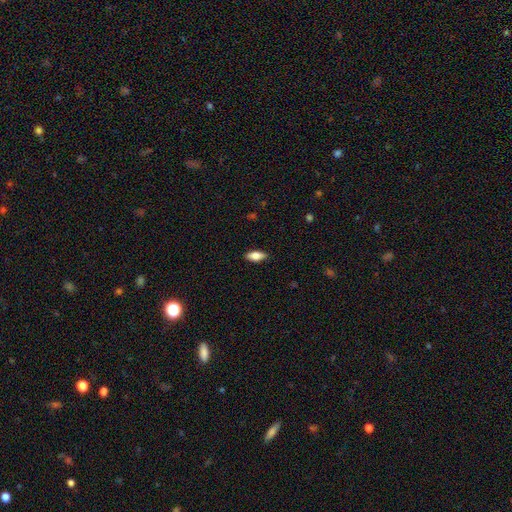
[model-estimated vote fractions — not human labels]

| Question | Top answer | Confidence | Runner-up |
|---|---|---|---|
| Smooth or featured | smooth | 74% | featured or disk (19%) |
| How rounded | in between | 81% | cigar-shaped (16%) |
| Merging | none | 87% | minor disturbance (10%) |